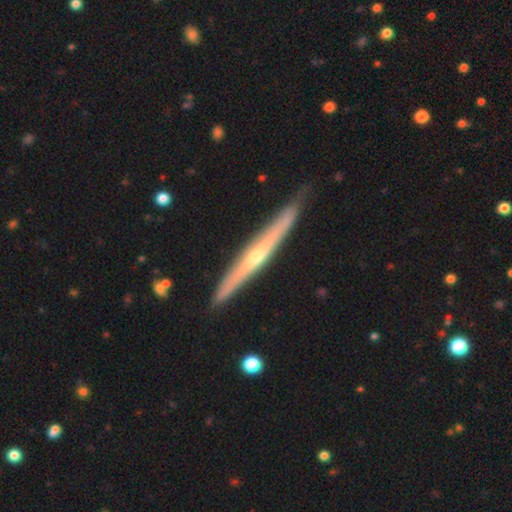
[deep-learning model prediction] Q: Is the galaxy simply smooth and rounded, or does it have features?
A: featured or disk — 68%.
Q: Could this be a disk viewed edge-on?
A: yes — 96%.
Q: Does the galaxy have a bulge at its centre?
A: rounded — 63%.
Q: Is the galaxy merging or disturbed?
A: none — 86%.